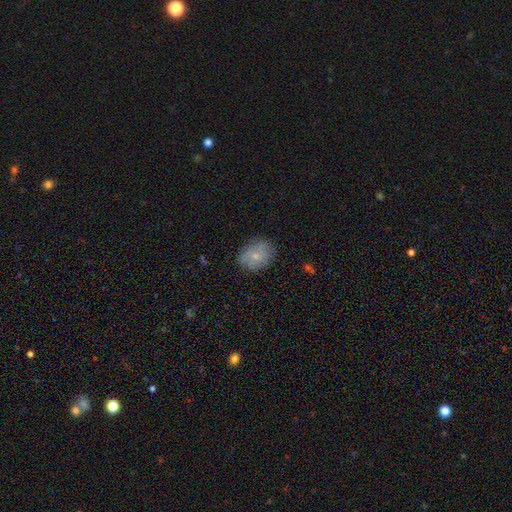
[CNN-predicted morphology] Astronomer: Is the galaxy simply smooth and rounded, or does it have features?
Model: smooth — 67%.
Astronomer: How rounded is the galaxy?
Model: in between — 64%.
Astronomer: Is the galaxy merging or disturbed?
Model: none — 74%.